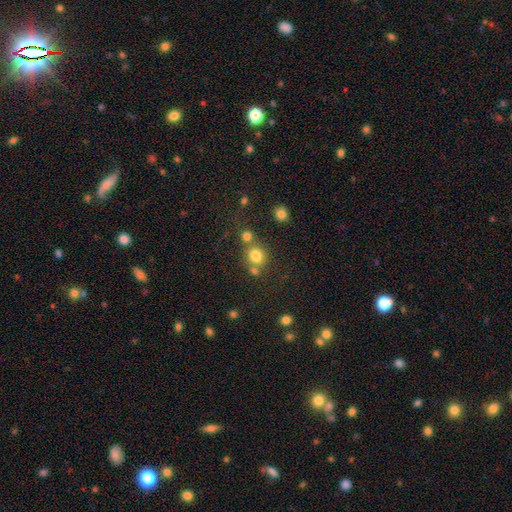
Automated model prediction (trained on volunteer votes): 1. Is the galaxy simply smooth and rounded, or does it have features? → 77% smooth, 15% star or artifact, 8% featured or disk.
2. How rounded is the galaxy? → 82% round, 17% in between, 1% cigar-shaped.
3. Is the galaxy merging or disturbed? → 57% none, 29% merger, 10% minor disturbance, 5% major disturbance.